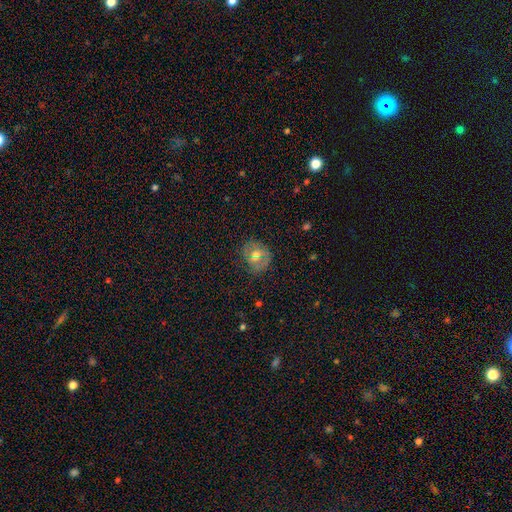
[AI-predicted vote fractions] Overall: smooth (53%; featured or disk 33%). How rounded: round (67%; in between 32%). Merging: none (68%).